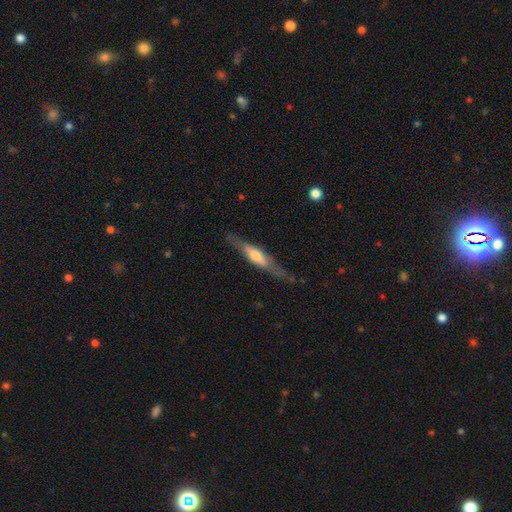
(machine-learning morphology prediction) Overall: featured or disk (63%; smooth 32%). Edge-on disk: yes (89%). Edge-on bulge: rounded (79%). Merging: none (74%).